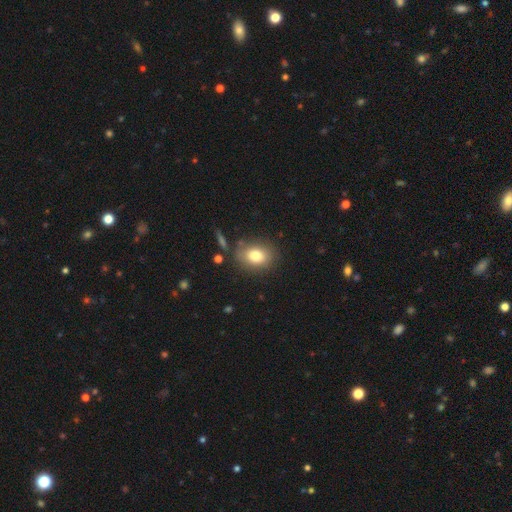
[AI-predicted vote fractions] This is likely a smooth galaxy (79%). How rounded: possibly in between (59%). Merging: likely none (78%).